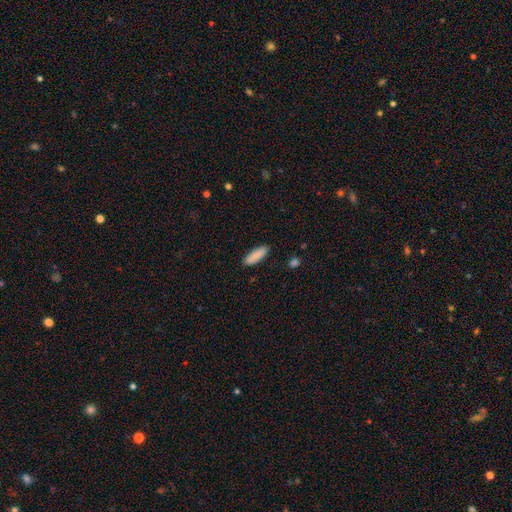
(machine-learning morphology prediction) This is clearly a smooth galaxy (88%). How rounded: possibly in between (53%). Merging: clearly none (88%).